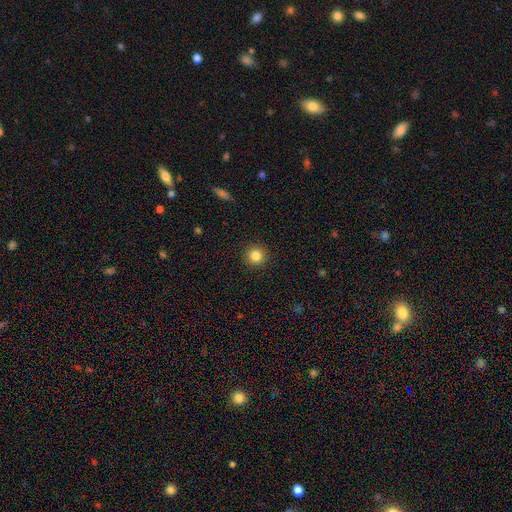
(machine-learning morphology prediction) smooth_or_featured: smooth (p=0.84) [alt: star or artifact p=0.11]
how_rounded: round (p=0.94) [alt: in between p=0.05]
merging: none (p=0.92) [alt: minor disturbance p=0.05]